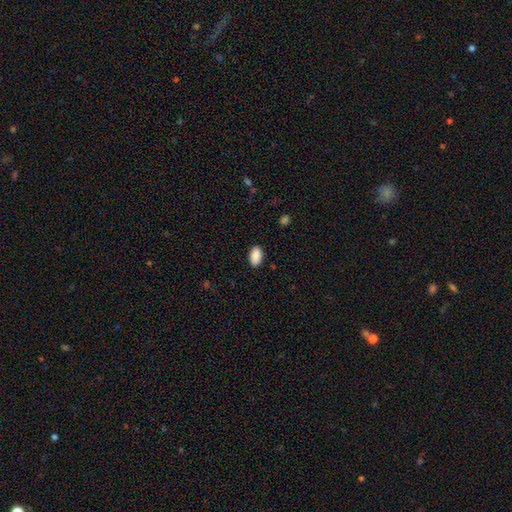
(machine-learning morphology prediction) This is clearly a smooth galaxy (89%). How rounded: clearly in between (94%). Merging: clearly none (87%).